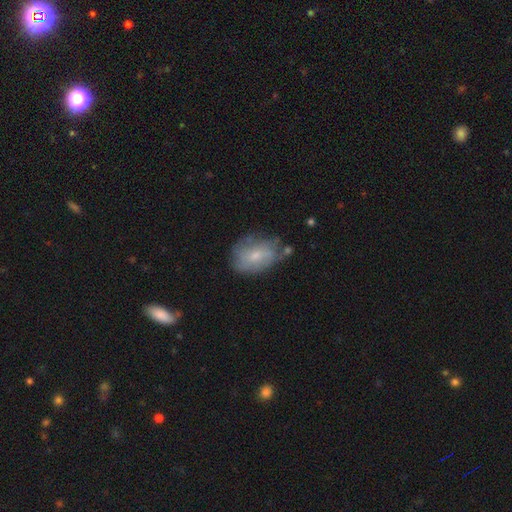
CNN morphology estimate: smooth_or_featured: smooth (p=0.56) [alt: featured or disk p=0.36]
how_rounded: in between (p=0.81) [alt: round p=0.17]
merging: none (p=0.57) [alt: minor disturbance p=0.28]